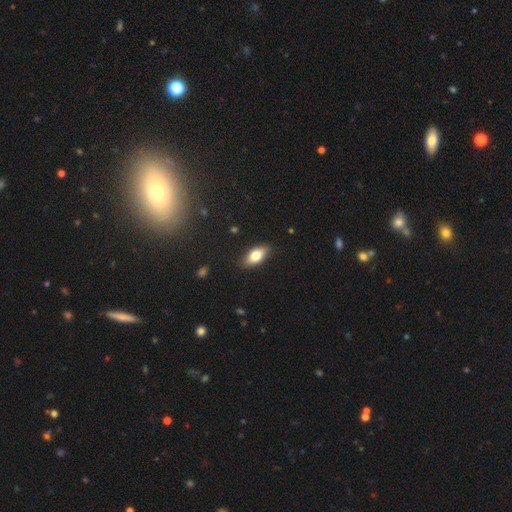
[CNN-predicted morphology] smooth-or-featured: smooth: 77% | featured or disk: 16% | star or artifact: 7%
  how-rounded: in between: 88% | cigar-shaped: 8% | round: 4%
  merging: none: 86% | minor disturbance: 11% | major disturbance: 2% | merger: 1%